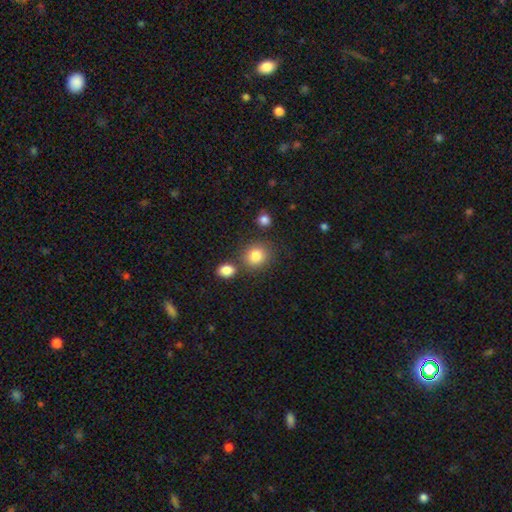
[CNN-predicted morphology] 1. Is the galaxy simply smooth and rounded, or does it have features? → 84% smooth, 10% star or artifact, 6% featured or disk.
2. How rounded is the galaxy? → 77% round, 22% in between, 1% cigar-shaped.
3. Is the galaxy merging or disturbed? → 72% none, 13% merger, 11% minor disturbance, 4% major disturbance.